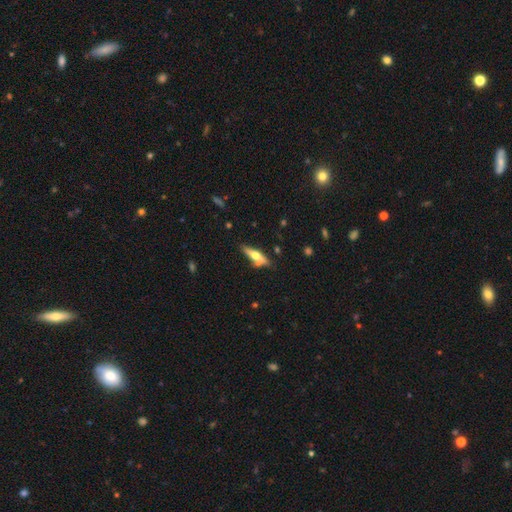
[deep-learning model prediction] Q: Smooth or featured?
A: featured or disk (50%); runner-up: smooth (44%)
Q: Merging?
A: none (63%); runner-up: minor disturbance (18%)